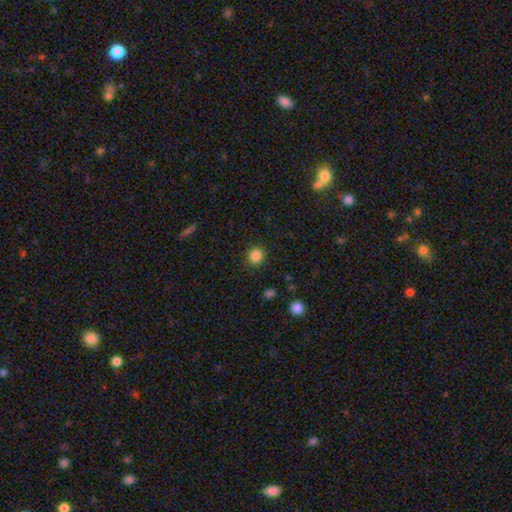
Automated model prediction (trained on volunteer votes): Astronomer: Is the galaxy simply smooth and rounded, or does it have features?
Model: smooth — 85%.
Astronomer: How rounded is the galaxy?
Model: round — 92%.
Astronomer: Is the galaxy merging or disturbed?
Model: none — 91%.